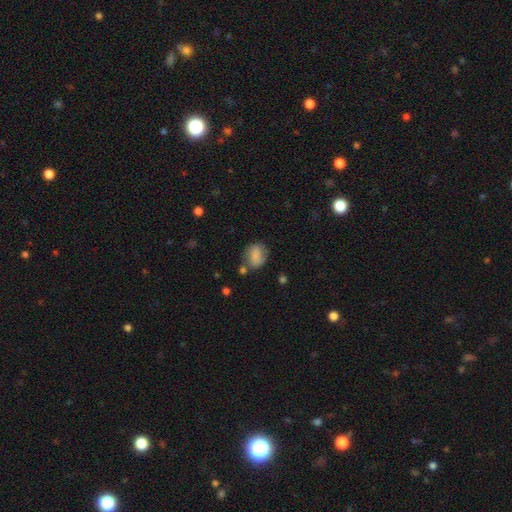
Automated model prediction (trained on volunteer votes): Smooth or featured? Predicted: smooth (p=0.72). How rounded? Predicted: in between (p=0.51). Merging? Predicted: none (p=0.58).